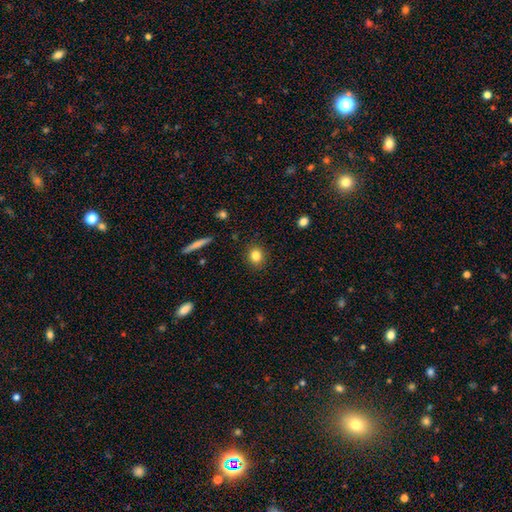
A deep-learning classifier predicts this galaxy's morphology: type=smooth (83%); roundness=round (78%); merging=none (90%).